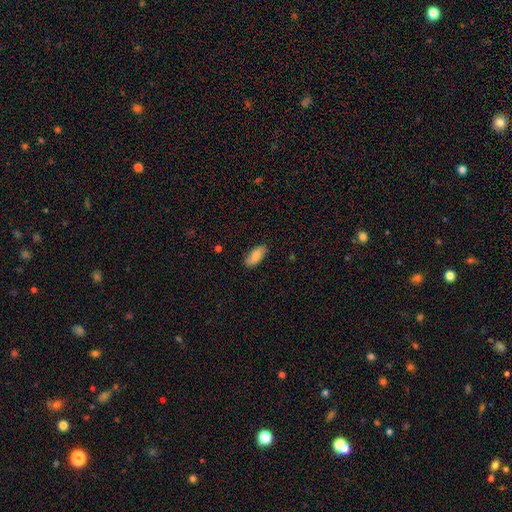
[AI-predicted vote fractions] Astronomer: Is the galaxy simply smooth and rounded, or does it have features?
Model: smooth — 81%.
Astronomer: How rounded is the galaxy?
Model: in between — 83%.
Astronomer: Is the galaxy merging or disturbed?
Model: none — 84%.